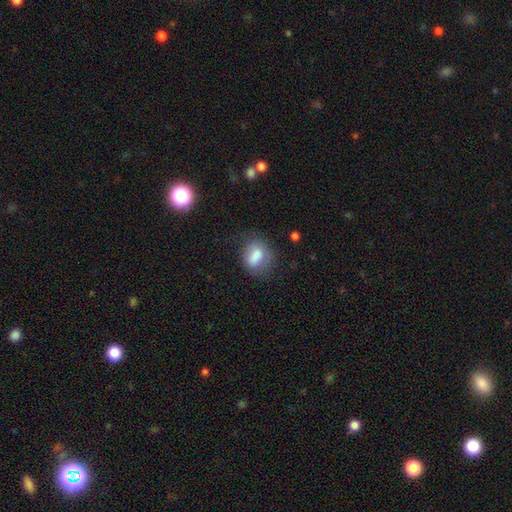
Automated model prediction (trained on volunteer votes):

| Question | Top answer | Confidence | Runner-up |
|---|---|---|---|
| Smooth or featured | smooth | 78% | featured or disk (13%) |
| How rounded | in between | 66% | round (29%) |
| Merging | none | 65% | minor disturbance (22%) |